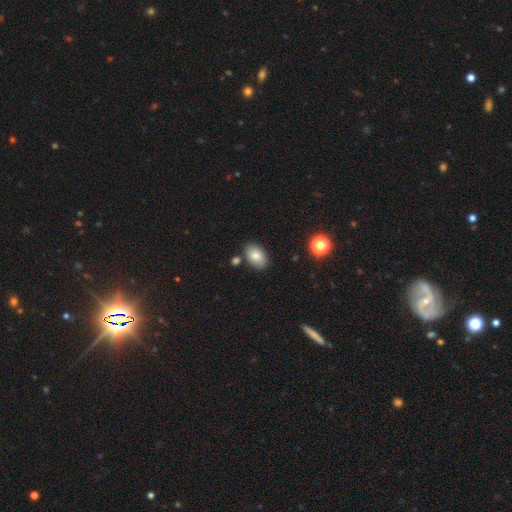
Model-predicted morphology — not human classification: Smooth or featured? Predicted: smooth (p=0.82). How rounded? Predicted: in between (p=0.86). Merging? Predicted: none (p=0.80).